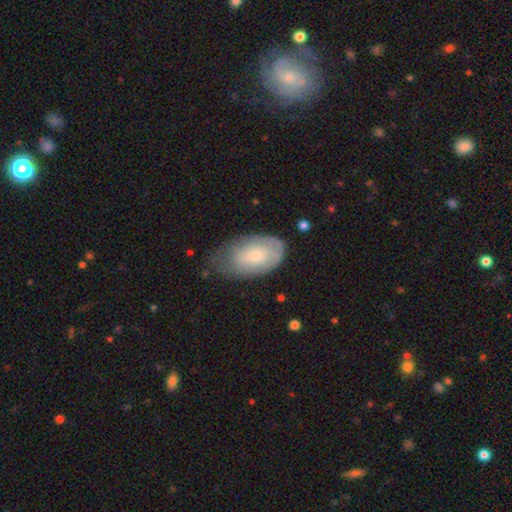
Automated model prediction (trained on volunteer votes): smooth_or_featured: smooth (p=0.59) [alt: featured or disk p=0.35]
how_rounded: in between (p=0.93) [alt: round p=0.05]
merging: none (p=0.52) [alt: minor disturbance p=0.33]